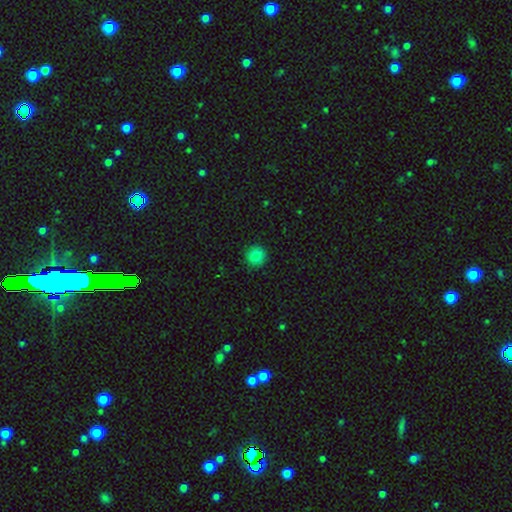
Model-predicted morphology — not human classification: Smooth or featured? smooth (85%)
How rounded? round (93%)
Merging? none (91%)